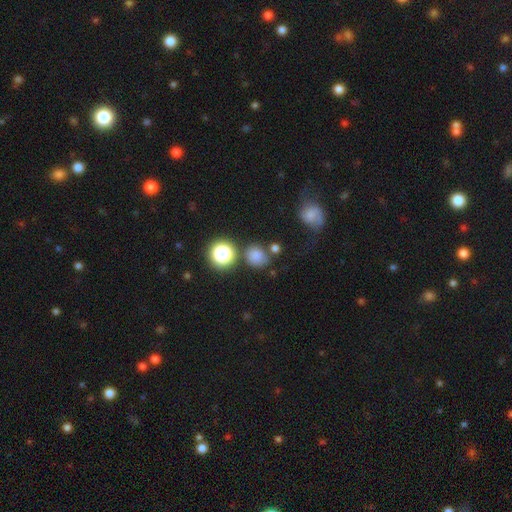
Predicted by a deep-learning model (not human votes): smooth 74%, star or artifact 18%, featured or disk 8%. Down the decision tree: how rounded — round (77%); merging — none (64%).